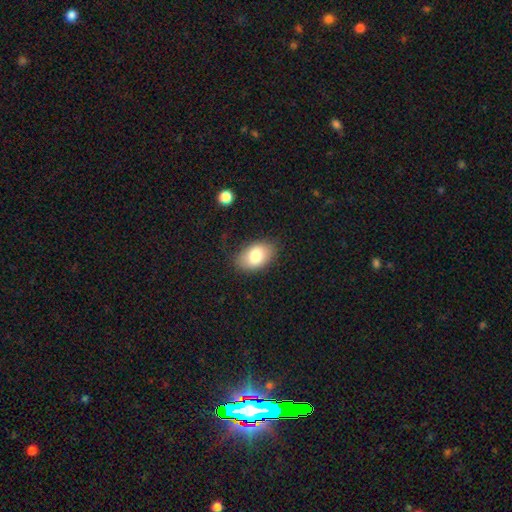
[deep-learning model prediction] Smooth or featured?
  - smooth: 80% *
  - featured or disk: 12%
  - star or artifact: 7%
How rounded?
  - in between: 89% *
  - round: 10%
  - cigar-shaped: 1%
Merging?
  - none: 77% *
  - minor disturbance: 17%
  - major disturbance: 4%
  - merger: 1%